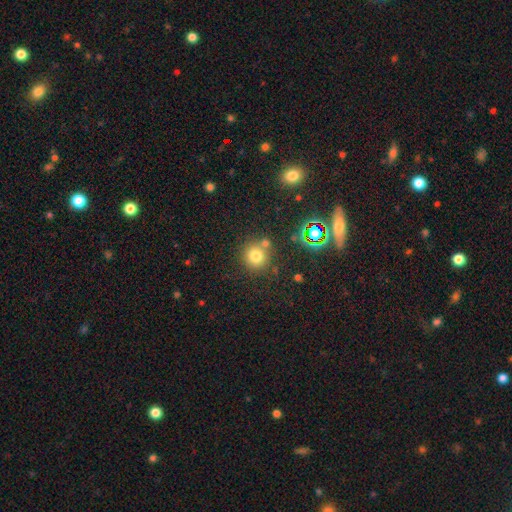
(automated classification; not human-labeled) Smooth or featured? Predicted: smooth (p=0.74). How rounded? Predicted: round (p=0.92). Merging? Predicted: none (p=0.71).